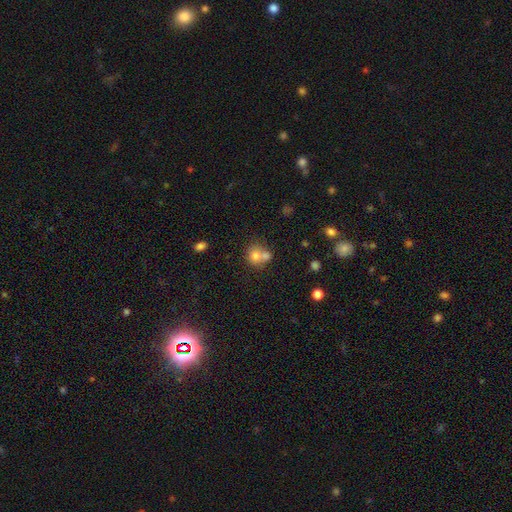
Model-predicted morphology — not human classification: A smooth galaxy with no disk features (72%) that is round (77%).

Vote fractions:
- Smooth or featured? smooth: 72% / featured or disk: 16% / star or artifact: 12%
- How rounded? round: 77% / in between: 23% / cigar-shaped: 1%
- Merging? merger: 53% / none: 36% / minor disturbance: 8% / major disturbance: 3%